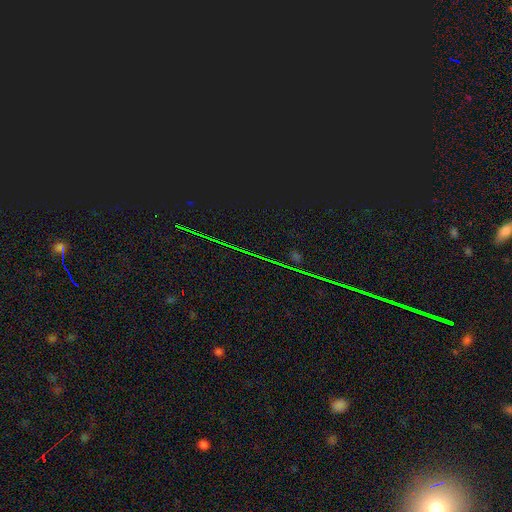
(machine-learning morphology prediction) Smooth or featured? Predicted: star or artifact (p=0.87).